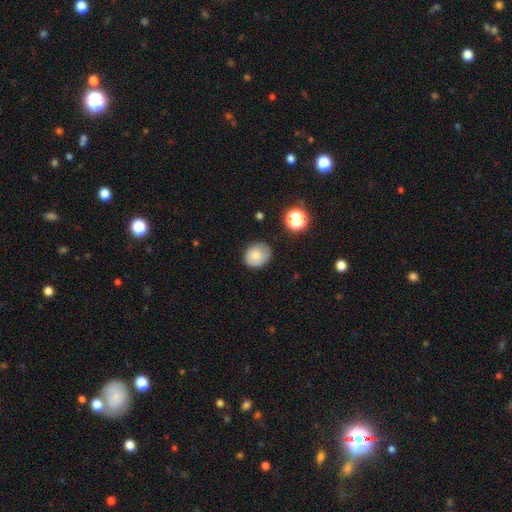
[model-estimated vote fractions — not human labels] smooth_or_featured: smooth (p=0.78) [alt: featured or disk p=0.12]
how_rounded: round (p=0.64) [alt: in between p=0.35]
merging: none (p=0.76) [alt: minor disturbance p=0.19]